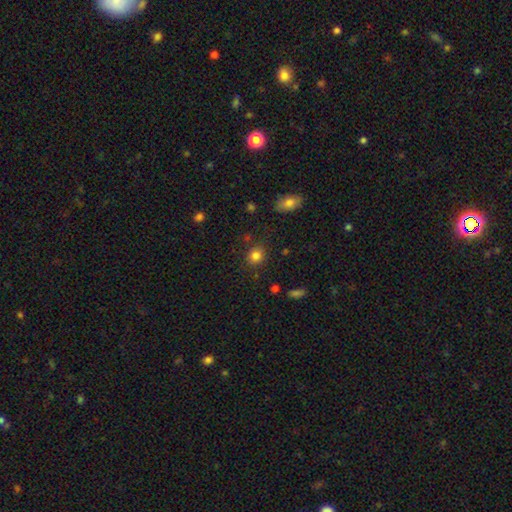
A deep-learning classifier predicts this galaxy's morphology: Smooth or featured?
  - smooth: 82% *
  - star or artifact: 11%
  - featured or disk: 6%
How rounded?
  - round: 81% *
  - in between: 18%
  - cigar-shaped: 1%
Merging?
  - none: 85% *
  - minor disturbance: 9%
  - major disturbance: 3%
  - merger: 3%